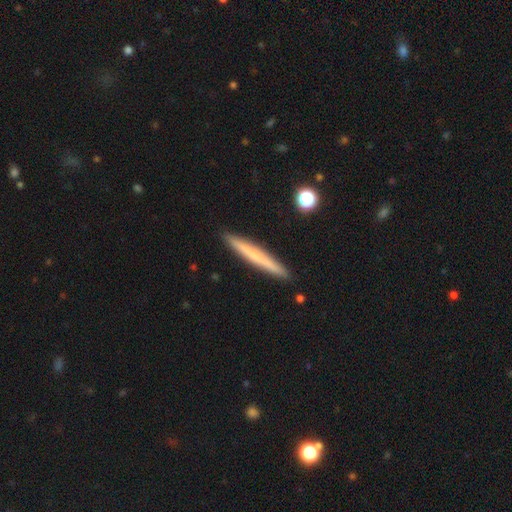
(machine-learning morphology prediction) The model was most divided on "smooth or featured": smooth: 61%, featured or disk: 33%, star or artifact: 6%. More confident: how rounded — cigar-shaped (97%); merging — none (92%).